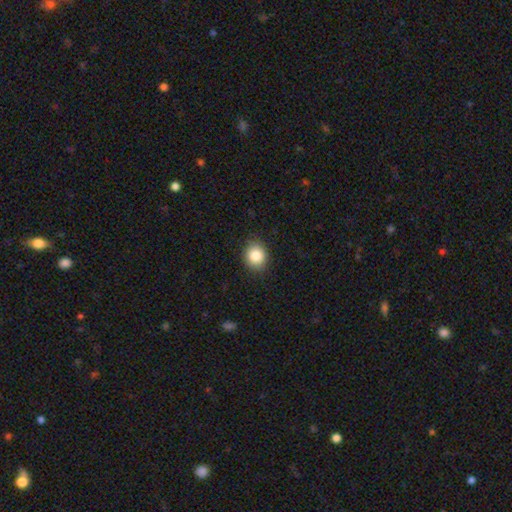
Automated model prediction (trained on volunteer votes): Smooth or featured: smooth — 86% (star or artifact — 9%)
How rounded: round — 66% (in between — 33%)
Merging: none — 87% (minor disturbance — 10%)